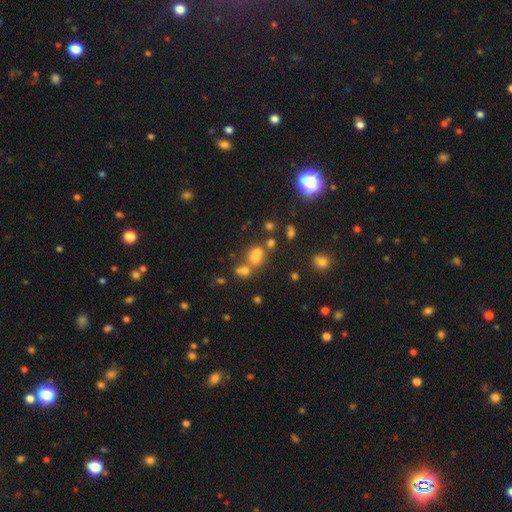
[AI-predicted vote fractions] Smooth or featured: smooth — 53% (star or artifact — 31%)
How rounded: round — 73% (in between — 26%)
Merging: merger — 47% (none — 41%)